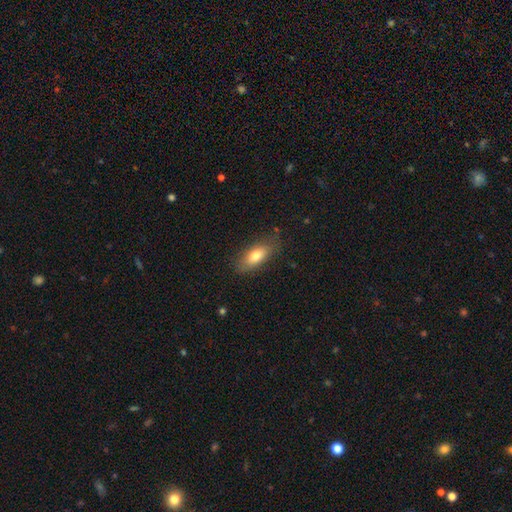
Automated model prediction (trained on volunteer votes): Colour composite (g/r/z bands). It shows a smooth galaxy with no disk features (74%) that is in between round and cigar-shaped (78%). Merging: none (78%).